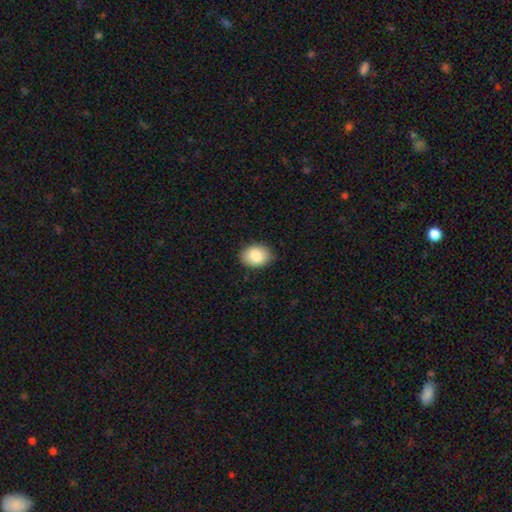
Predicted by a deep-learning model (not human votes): smooth_or_featured: smooth (p=0.86) [alt: star or artifact p=0.07]
how_rounded: in between (p=0.66) [alt: round p=0.33]
merging: none (p=0.85) [alt: minor disturbance p=0.11]